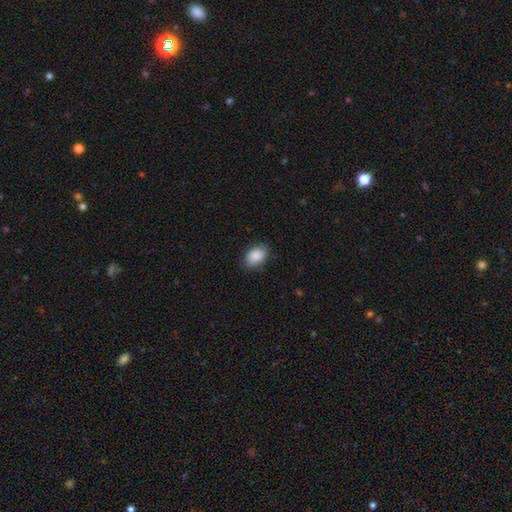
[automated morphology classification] A smooth galaxy with no disk features (89%) that is in between round and cigar-shaped (87%).

Vote fractions:
- Smooth or featured? smooth: 89% / star or artifact: 7% / featured or disk: 5%
- How rounded? in between: 87% / round: 12% / cigar-shaped: 1%
- Merging? none: 82% / minor disturbance: 14% / major disturbance: 3% / merger: 1%